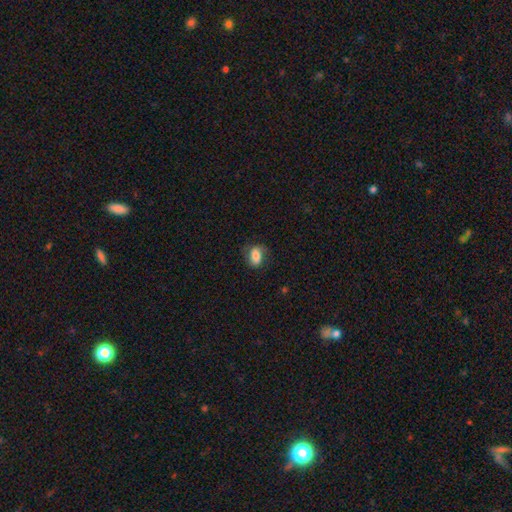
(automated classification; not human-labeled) The model was most divided on "merging": none: 66%, minor disturbance: 23%, major disturbance: 9%, merger: 1%. More confident: how rounded — in between (79%); smooth or featured — smooth (68%).